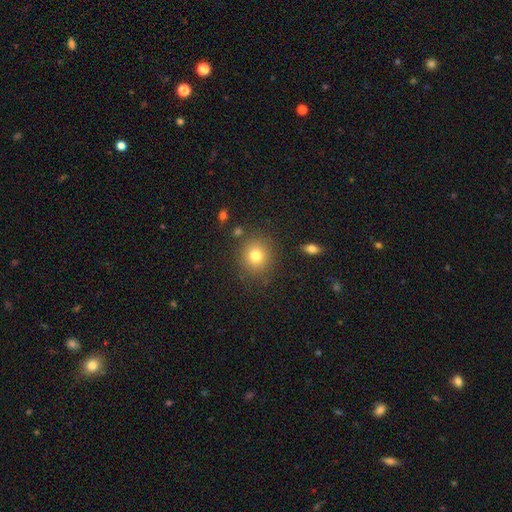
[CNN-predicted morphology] type=smooth (79%); roundness=round (85%); merging=none (85%).